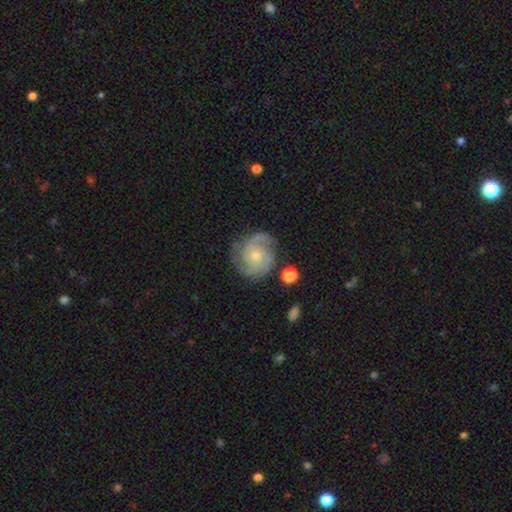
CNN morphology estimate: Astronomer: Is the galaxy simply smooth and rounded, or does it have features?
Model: featured or disk — 85%.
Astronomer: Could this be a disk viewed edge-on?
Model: no — 98%.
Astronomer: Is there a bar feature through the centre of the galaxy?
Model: no — 71%.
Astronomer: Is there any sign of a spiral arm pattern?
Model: yes — 97%.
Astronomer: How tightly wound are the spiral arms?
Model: tight — 54% (runner-up: medium, 38%).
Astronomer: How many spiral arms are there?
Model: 2 — 42% (runner-up: 3, 32%).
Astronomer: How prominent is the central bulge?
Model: small — 53% (runner-up: moderate, 41%).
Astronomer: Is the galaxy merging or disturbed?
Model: none — 77%.